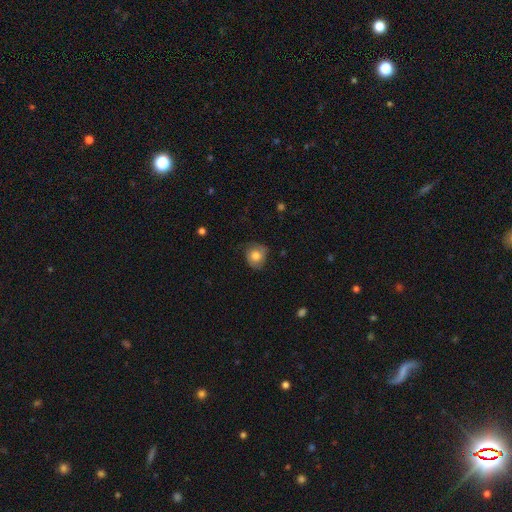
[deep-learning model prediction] Q: Smooth or featured?
A: smooth (72%); runner-up: featured or disk (19%)
Q: How rounded?
A: round (80%); runner-up: in between (20%)
Q: Merging?
A: none (67%); runner-up: minor disturbance (24%)